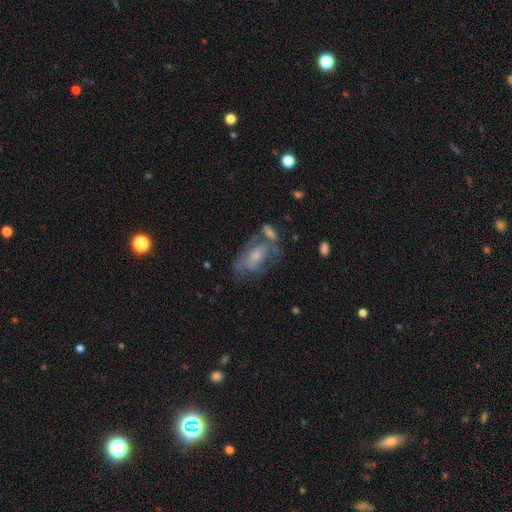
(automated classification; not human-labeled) This is possibly a featured or disk galaxy (55%). It is clearly not viewed edge-on (93%). Bar: likely no (72%). Spiral arm pattern: possibly no (51%). Central bulge: possibly small (54%). Merging: marginally none (35%).